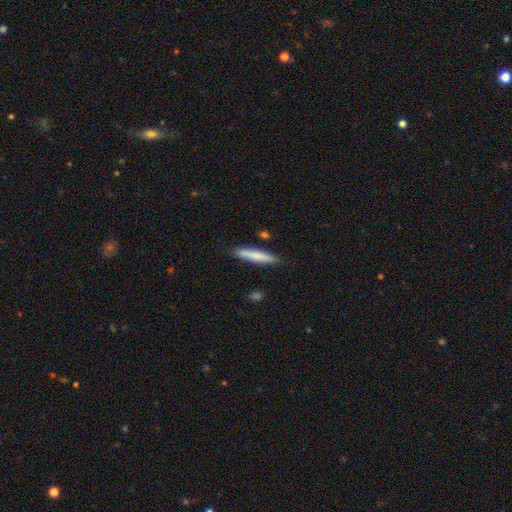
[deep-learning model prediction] A smooth galaxy with no disk features (76%) that is cigar-shaped (92%).

Vote fractions:
- Smooth or featured? smooth: 76% / featured or disk: 19% / star or artifact: 6%
- How rounded? cigar-shaped: 92% / in between: 7% / round: 1%
- Merging? none: 88% / minor disturbance: 8% / merger: 2% / major disturbance: 2%